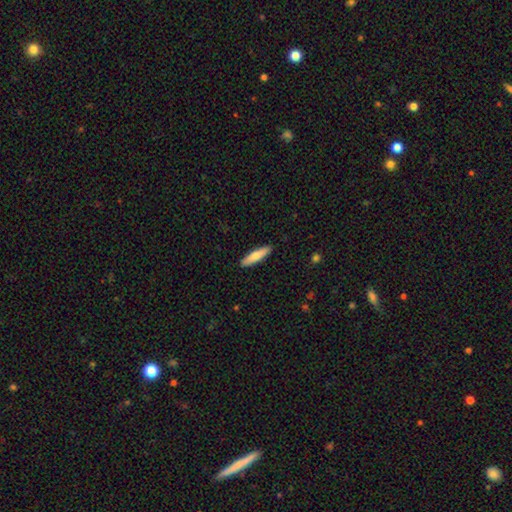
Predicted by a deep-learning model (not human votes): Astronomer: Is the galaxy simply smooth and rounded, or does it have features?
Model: smooth — 75%.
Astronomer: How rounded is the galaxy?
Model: cigar-shaped — 81%.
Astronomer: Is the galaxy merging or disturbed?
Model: none — 90%.